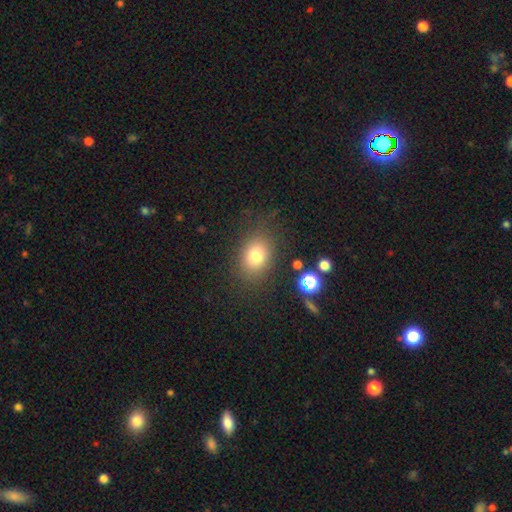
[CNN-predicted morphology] A smooth galaxy with no disk features (76%) that is in between round and cigar-shaped (62%).

Vote fractions:
- Smooth or featured? smooth: 76% / star or artifact: 13% / featured or disk: 11%
- How rounded? in between: 62% / round: 37% / cigar-shaped: 1%
- Merging? none: 80% / minor disturbance: 12% / major disturbance: 6% / merger: 2%